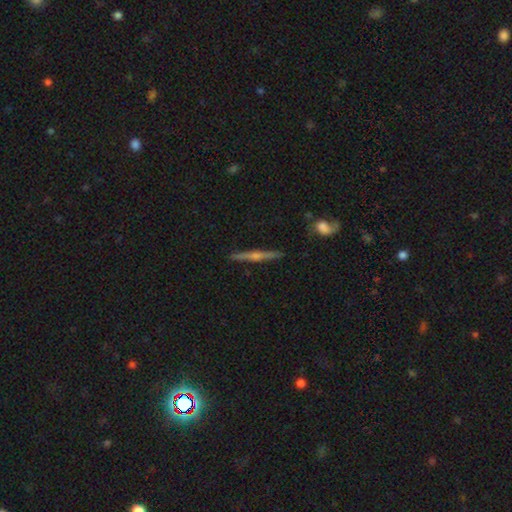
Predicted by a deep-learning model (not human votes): smooth_or_featured: featured or disk (p=0.75) [alt: smooth p=0.19]
disk_edge_on: yes (p=0.98) [alt: no p=0.02]
edge_on_bulge: rounded (p=0.84) [alt: none p=0.10]
merging: none (p=0.90) [alt: minor disturbance p=0.07]